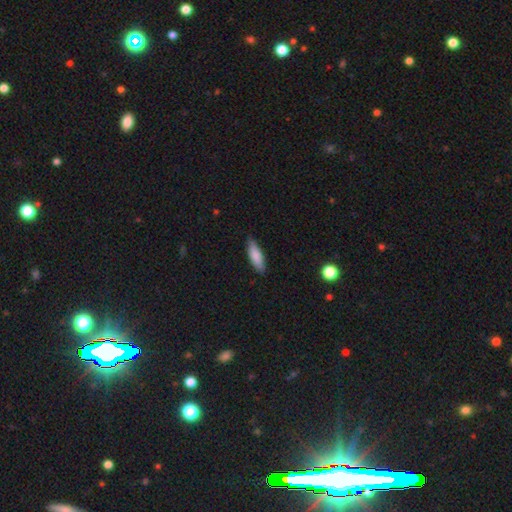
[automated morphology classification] Q: Smooth or featured?
A: smooth (84%); runner-up: featured or disk (10%)
Q: How rounded?
A: in between (54%); runner-up: cigar-shaped (45%)
Q: Merging?
A: none (84%); runner-up: minor disturbance (12%)